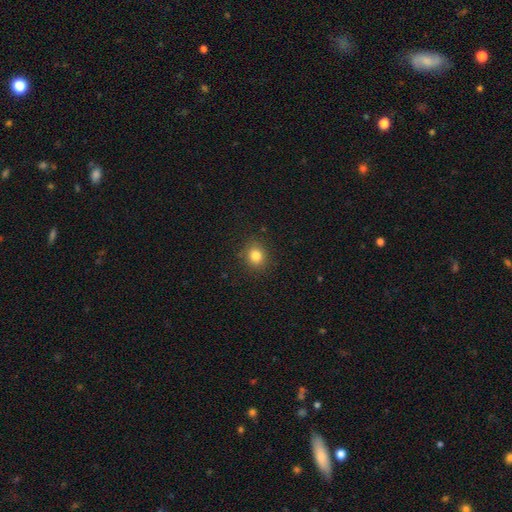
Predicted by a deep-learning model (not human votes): Smooth or featured? Predicted: smooth (p=0.82). How rounded? Predicted: round (p=0.75). Merging? Predicted: none (p=0.87).